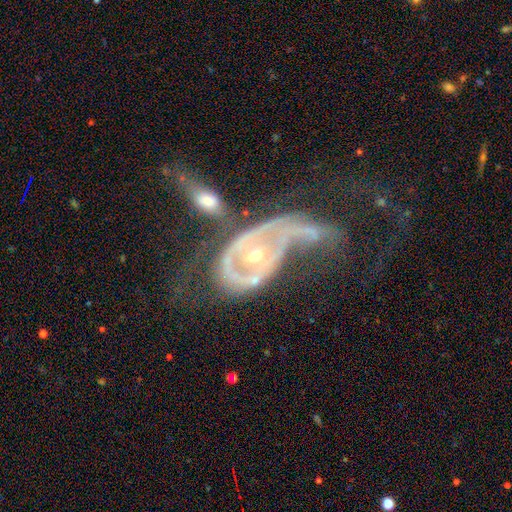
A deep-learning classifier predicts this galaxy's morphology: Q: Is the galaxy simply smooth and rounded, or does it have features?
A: featured or disk — 81%.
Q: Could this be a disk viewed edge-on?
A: no — 92%.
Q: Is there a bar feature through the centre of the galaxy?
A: no — 71%.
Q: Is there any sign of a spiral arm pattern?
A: yes — 64%.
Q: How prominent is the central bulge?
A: moderate — 49%.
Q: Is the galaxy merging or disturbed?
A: merger — 42%.